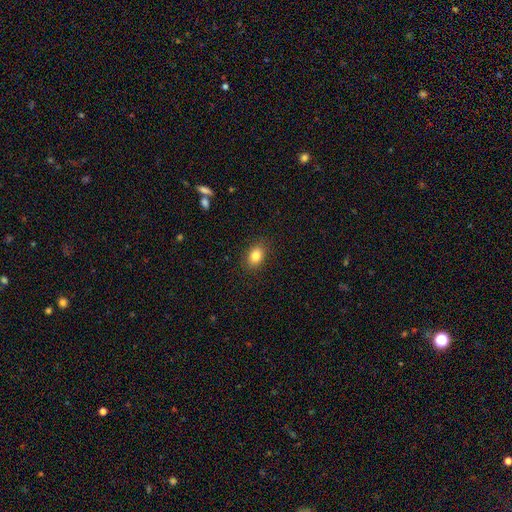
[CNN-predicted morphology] Smooth or featured? smooth (84%)
How rounded? in between (75%)
Merging? none (88%)